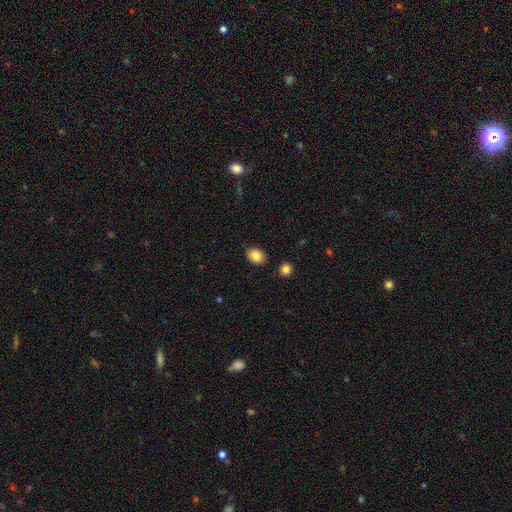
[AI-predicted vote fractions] A smooth galaxy with no disk features (85%) that is in between round and cigar-shaped (61%). Merging: none (88%).